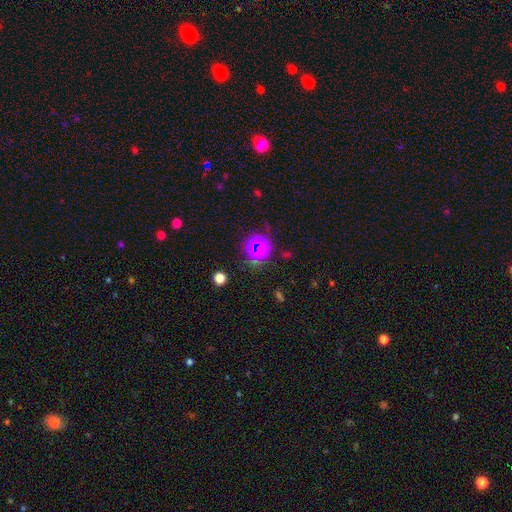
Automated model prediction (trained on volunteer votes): Smooth or featured: star or artifact — 63% (smooth — 27%)